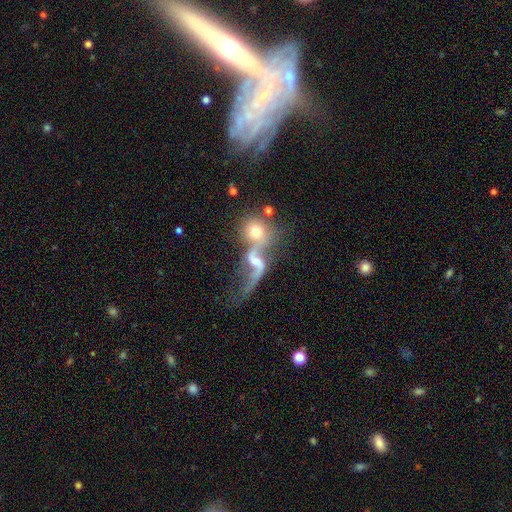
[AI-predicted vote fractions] A featured or disk galaxy (55%).

Vote fractions:
- Smooth or featured? featured or disk: 55% / smooth: 30% / star or artifact: 16%
- Edge-on disk? no: 88% / yes: 12%
- Merging? merger: 62% / none: 16% / major disturbance: 14% / minor disturbance: 8%